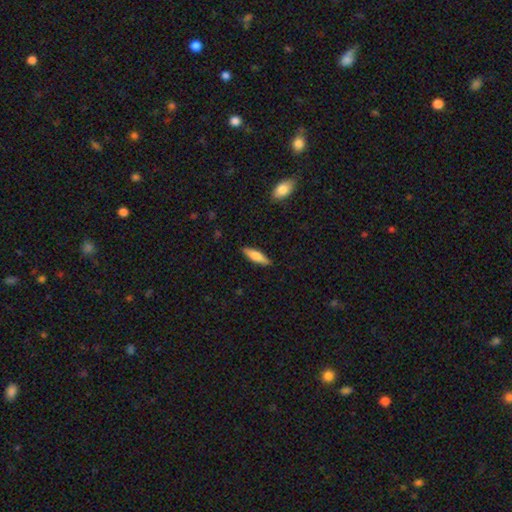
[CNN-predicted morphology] This appears to be a smooth galaxy with no disk features (67%) that is cigar-shaped (62%). Merging: none (89%).